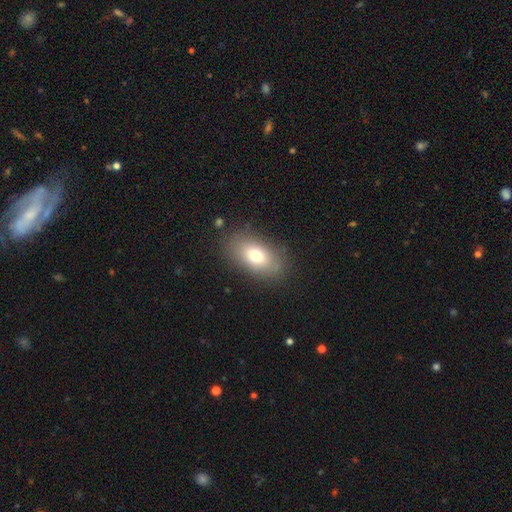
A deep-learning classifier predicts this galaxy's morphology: Overall: smooth (75%). How rounded: in between (88%). Merging: none (83%).